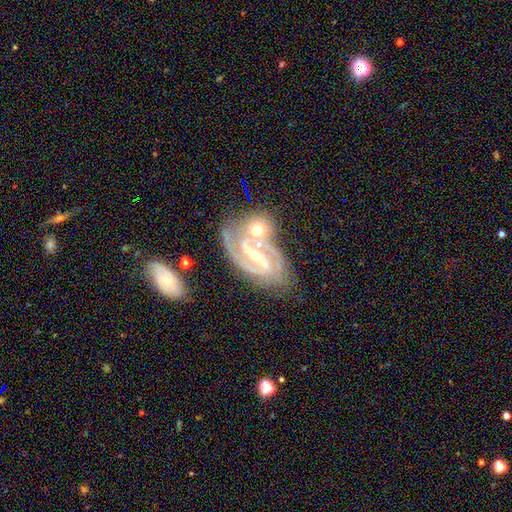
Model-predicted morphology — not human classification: Q: Smooth or featured?
A: featured or disk (90%); runner-up: star or artifact (6%)
Q: Edge-on disk?
A: no (97%); runner-up: yes (3%)
Q: Bar?
A: strong (51%); runner-up: weak (33%)
Q: Spiral arms?
A: yes (98%); runner-up: no (2%)
Q: Spiral winding?
A: tight (48%); runner-up: medium (44%)
Q: Spiral arm count?
A: 2 (75%); runner-up: 3 (12%)
Q: Bulge size?
A: small (58%); runner-up: moderate (37%)
Q: Merging?
A: none (49%); runner-up: merger (31%)